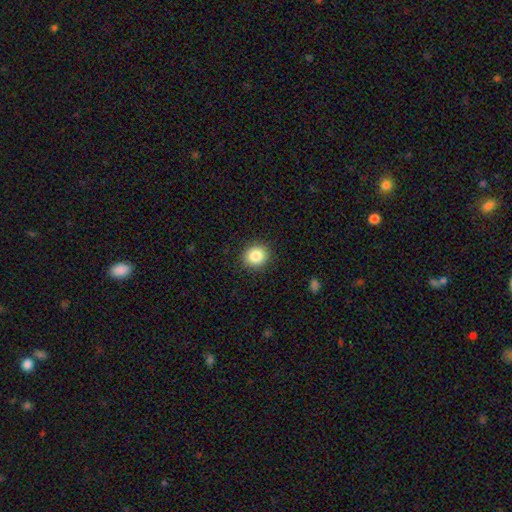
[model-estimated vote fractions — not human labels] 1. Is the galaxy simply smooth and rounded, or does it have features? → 86% smooth, 9% star or artifact, 5% featured or disk.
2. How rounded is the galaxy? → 81% round, 18% in between, 1% cigar-shaped.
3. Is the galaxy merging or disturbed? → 90% none, 7% minor disturbance, 2% major disturbance, 1% merger.